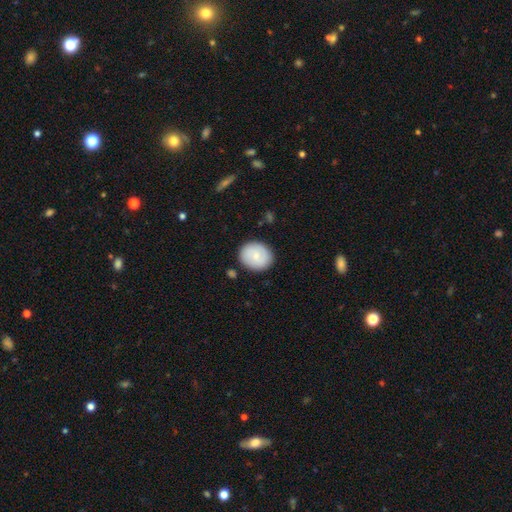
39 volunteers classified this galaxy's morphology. Smooth or featured? 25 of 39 (64%) said smooth. How rounded? 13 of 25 (52%) said round. Merging? 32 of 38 (84%) said none.